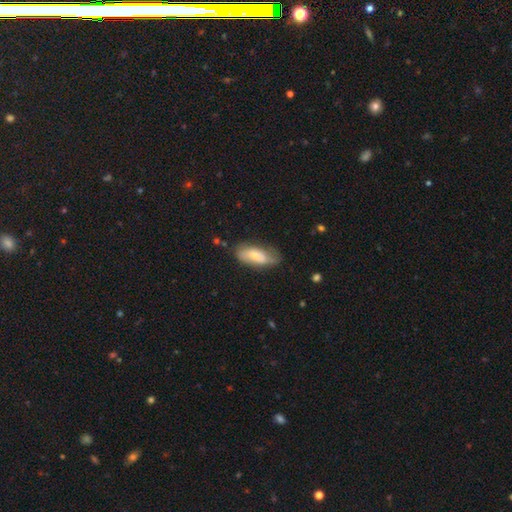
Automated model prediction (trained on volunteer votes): smooth 61%, featured or disk 32%, star or artifact 7%. Down the decision tree: how rounded — in between (82%); merging — none (55%).